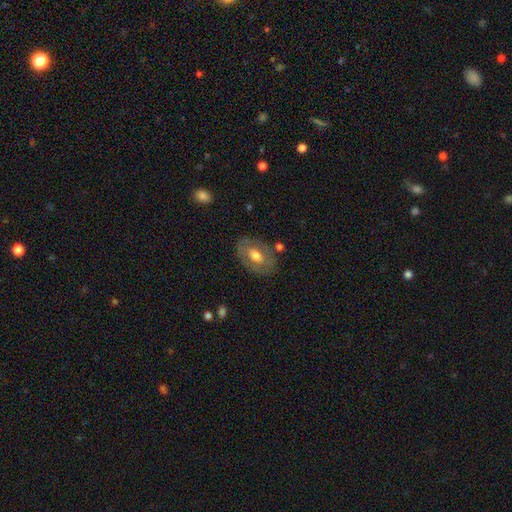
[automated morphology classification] Smooth or featured? smooth (50%)
How rounded? in between (85%)
Merging? none (77%)